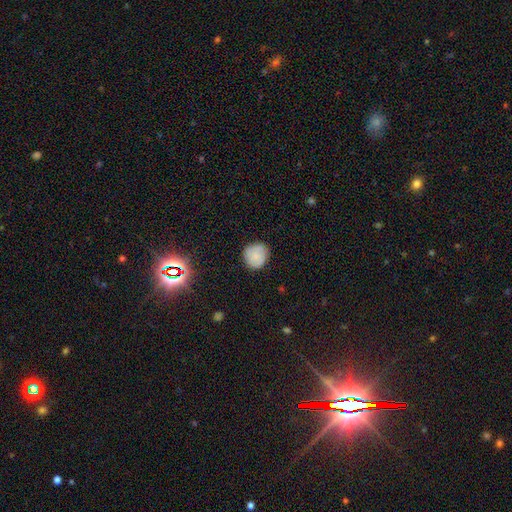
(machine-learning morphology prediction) This appears to be a smooth galaxy with no disk features (81%) that is round (89%). Merging: none (83%).